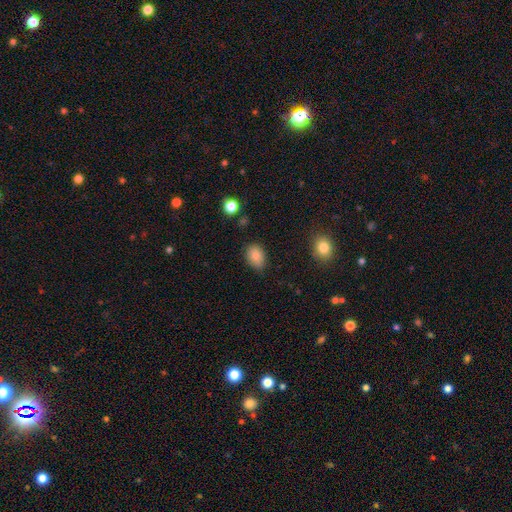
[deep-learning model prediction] This is clearly a smooth galaxy (85%). How rounded: likely in between (75%). Merging: likely none (76%).